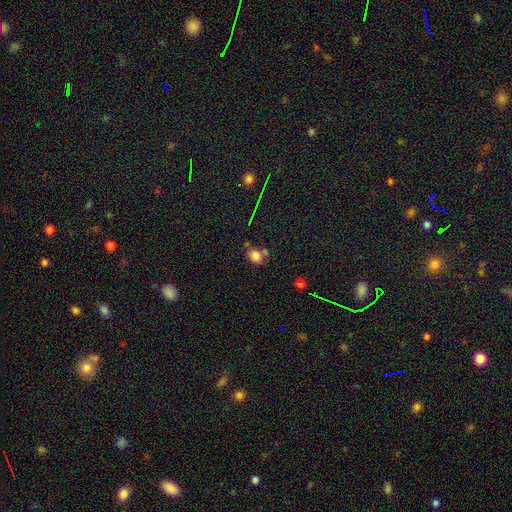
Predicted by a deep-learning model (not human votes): This is likely a smooth galaxy (77%). How rounded: possibly in between (56%). Merging: possibly none (56%).